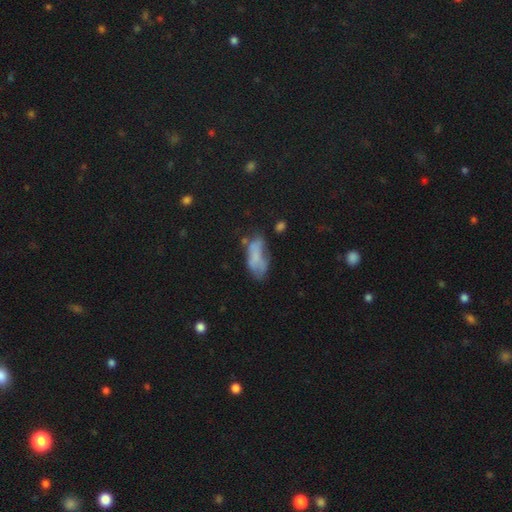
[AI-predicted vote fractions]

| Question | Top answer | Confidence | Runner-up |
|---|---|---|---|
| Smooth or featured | smooth | 57% | featured or disk (30%) |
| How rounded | in between | 81% | cigar-shaped (15%) |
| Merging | none | 35% | minor disturbance (28%) |